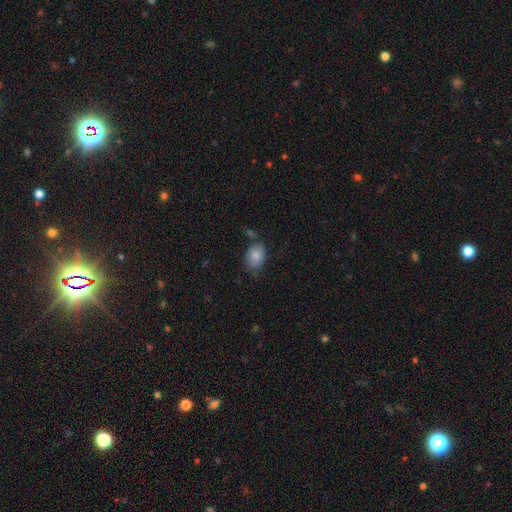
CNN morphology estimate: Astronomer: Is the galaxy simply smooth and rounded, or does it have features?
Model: smooth — 85%.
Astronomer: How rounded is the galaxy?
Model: in between — 82%.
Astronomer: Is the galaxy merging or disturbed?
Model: none — 67%.